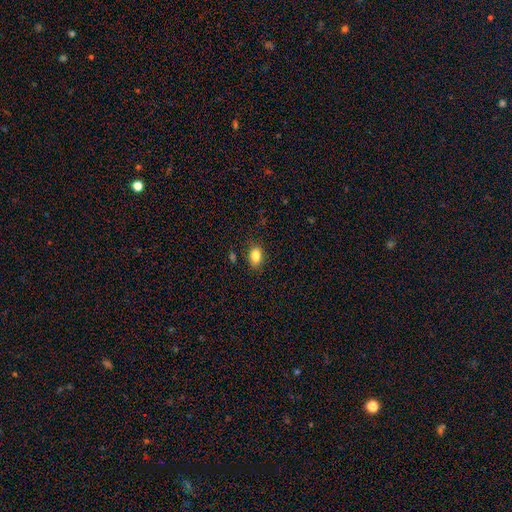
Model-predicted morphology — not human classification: Smooth or featured? Predicted: smooth (p=0.84). How rounded? Predicted: in between (p=0.77). Merging? Predicted: none (p=0.85).